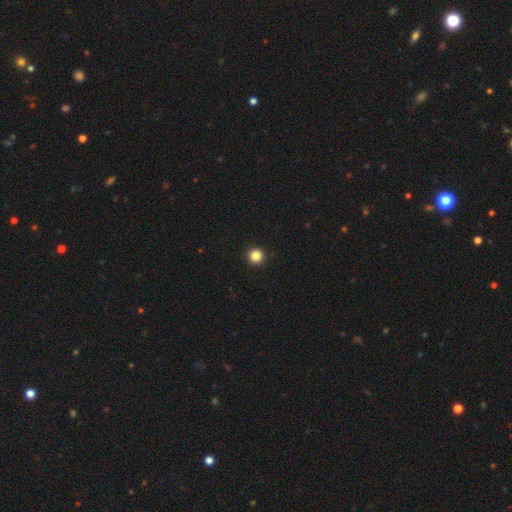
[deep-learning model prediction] smooth-or-featured: smooth: 85% | star or artifact: 11% | featured or disk: 4%
  how-rounded: round: 96% | in between: 3% | cigar-shaped: 1%
  merging: none: 94% | minor disturbance: 4% | major disturbance: 1% | merger: 1%